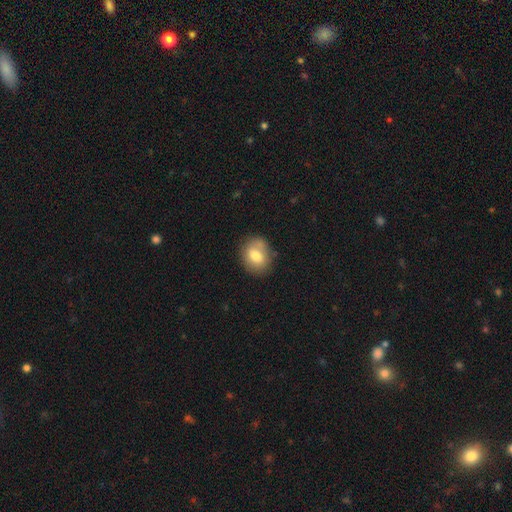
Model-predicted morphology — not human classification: smooth 73%, featured or disk 19%, star or artifact 8%. Down the decision tree: how rounded — in between (50%); merging — none (71%).